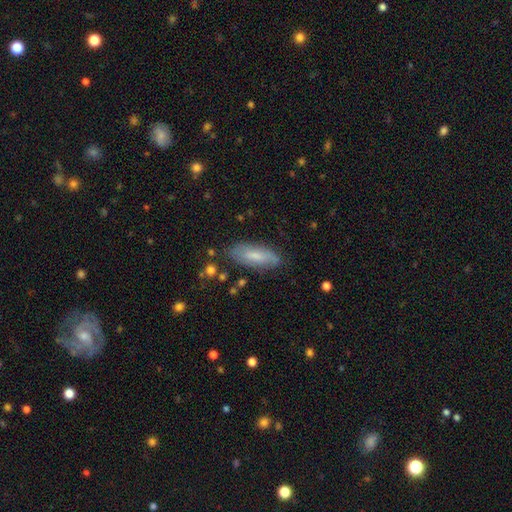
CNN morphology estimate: type=smooth (64%); roundness=in between (68%); merging=none (76%).